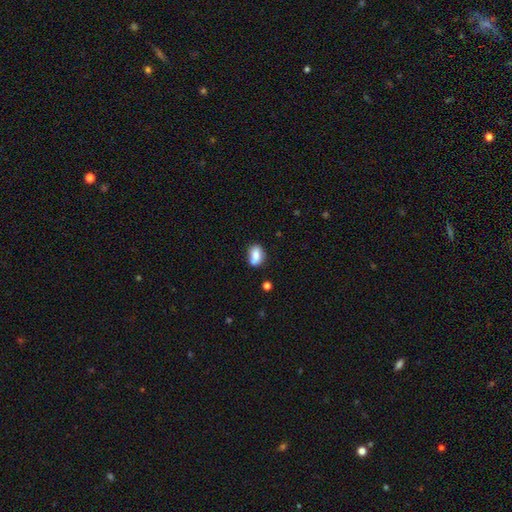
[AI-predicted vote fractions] A smooth galaxy with no disk features (78%) that is in between round and cigar-shaped (79%).

Vote fractions:
- Smooth or featured? smooth: 78% / featured or disk: 14% / star or artifact: 8%
- How rounded? in between: 79% / round: 17% / cigar-shaped: 4%
- Merging? none: 64% / minor disturbance: 20% / merger: 11% / major disturbance: 5%